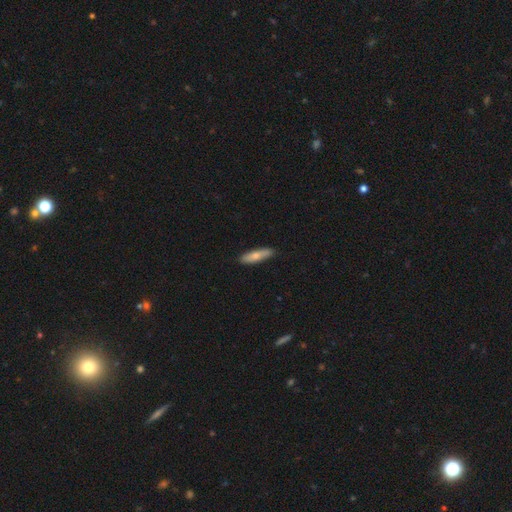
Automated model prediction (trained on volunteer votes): Q: Smooth or featured?
A: smooth (70%); runner-up: featured or disk (24%)
Q: How rounded?
A: cigar-shaped (68%); runner-up: in between (30%)
Q: Merging?
A: none (89%); runner-up: minor disturbance (9%)